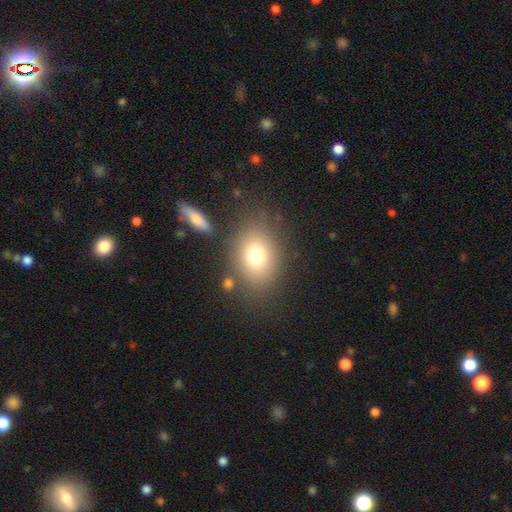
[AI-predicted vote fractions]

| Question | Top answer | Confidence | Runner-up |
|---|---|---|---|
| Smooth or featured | smooth | 74% | star or artifact (13%) |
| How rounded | in between | 53% | round (46%) |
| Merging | none | 77% | minor disturbance (11%) |